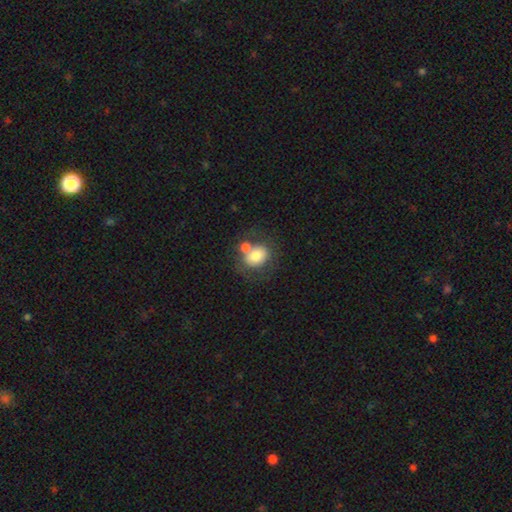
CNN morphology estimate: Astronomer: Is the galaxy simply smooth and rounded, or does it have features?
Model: smooth — 72%.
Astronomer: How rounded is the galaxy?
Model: round — 54% (runner-up: in between, 45%).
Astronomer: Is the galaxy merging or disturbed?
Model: none — 44% (runner-up: merger, 35%).